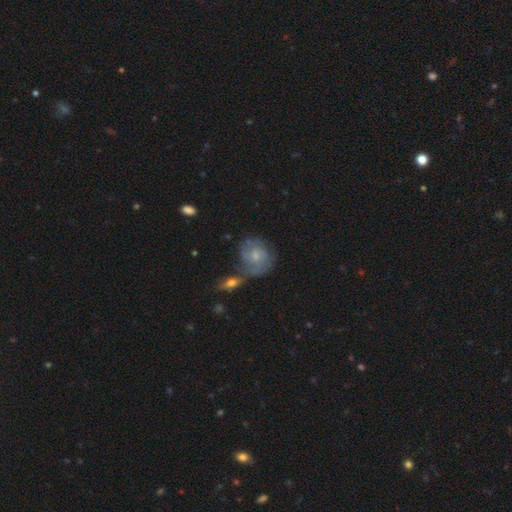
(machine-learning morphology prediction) Q: Smooth or featured?
A: featured or disk (52%); runner-up: smooth (40%)
Q: Edge-on disk?
A: no (96%); runner-up: yes (4%)
Q: Bar?
A: no (76%); runner-up: weak (21%)
Q: Spiral arms?
A: yes (74%); runner-up: no (26%)
Q: Bulge size?
A: small (60%); runner-up: moderate (31%)
Q: Merging?
A: none (51%); runner-up: minor disturbance (20%)